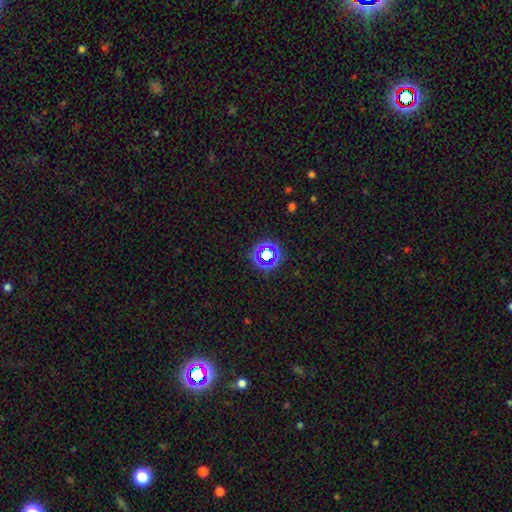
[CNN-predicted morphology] type=star or artifact (59%).